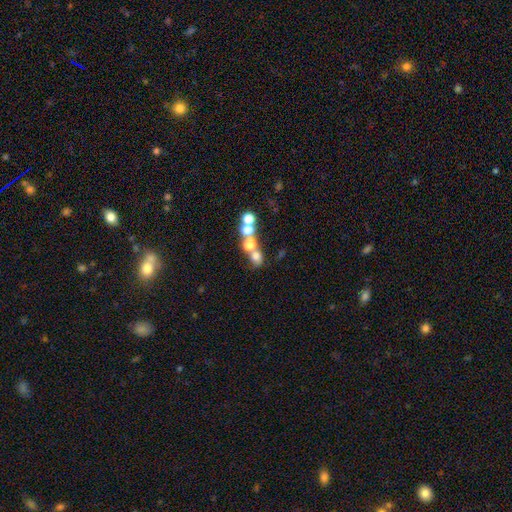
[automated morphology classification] Smooth or featured: smooth — 60% (featured or disk — 20%)
How rounded: round — 69% (in between — 29%)
Merging: merger — 53% (none — 33%)